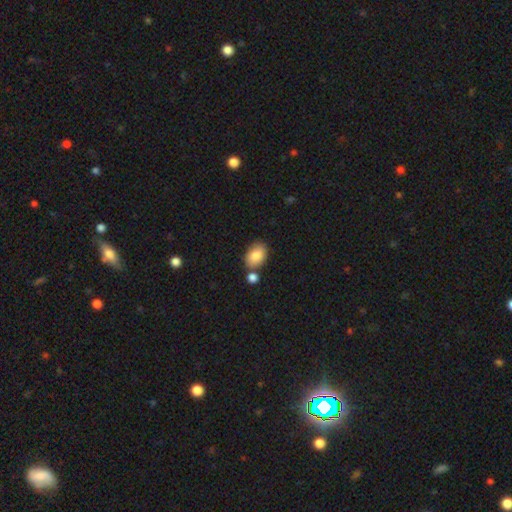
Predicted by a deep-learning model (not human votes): This is clearly a smooth galaxy (84%). How rounded: clearly in between (82%). Merging: likely none (66%).